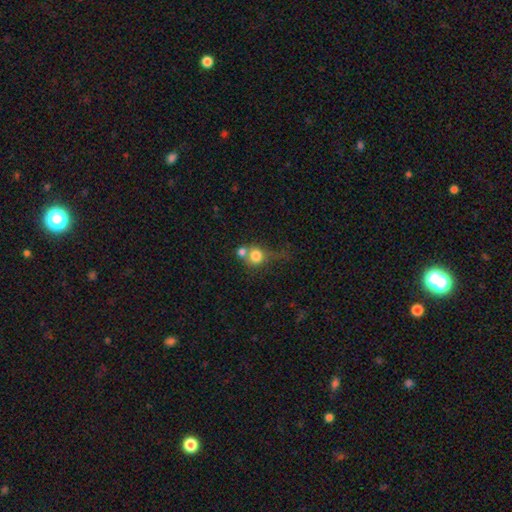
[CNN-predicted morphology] Smooth or featured? Predicted: smooth (p=0.75). How rounded? Predicted: round (p=0.81). Merging? Predicted: merger (p=0.46).